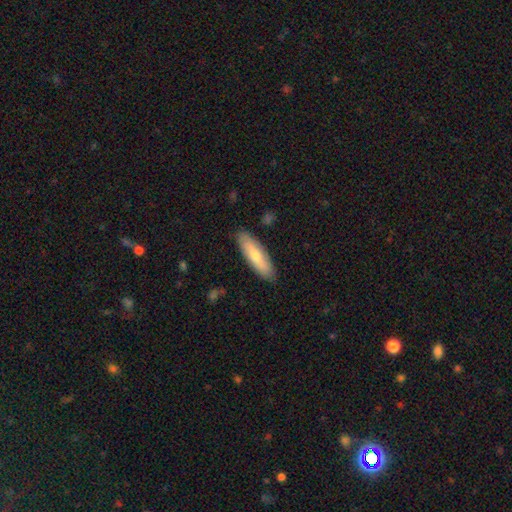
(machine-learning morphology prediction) The model was most divided on "how rounded": cigar-shaped: 57%, in between: 41%, round: 2%. More confident: merging — none (87%); smooth or featured — smooth (69%).